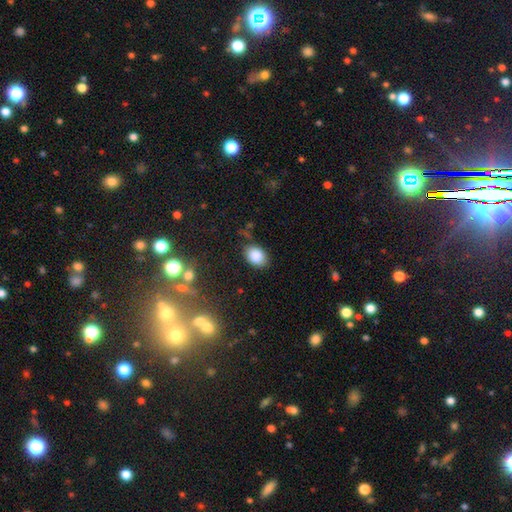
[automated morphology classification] Q: Smooth or featured?
A: smooth (86%); runner-up: star or artifact (9%)
Q: How rounded?
A: in between (74%); runner-up: round (25%)
Q: Merging?
A: none (79%); runner-up: minor disturbance (15%)